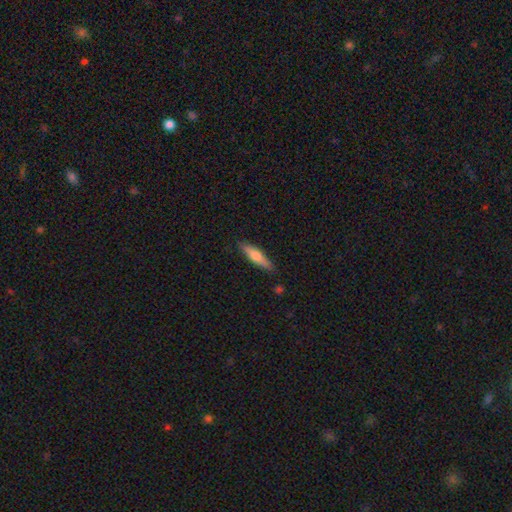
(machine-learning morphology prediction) Q: Smooth or featured?
A: smooth (56%); runner-up: featured or disk (38%)
Q: How rounded?
A: cigar-shaped (77%); runner-up: in between (21%)
Q: Merging?
A: none (86%); runner-up: minor disturbance (10%)